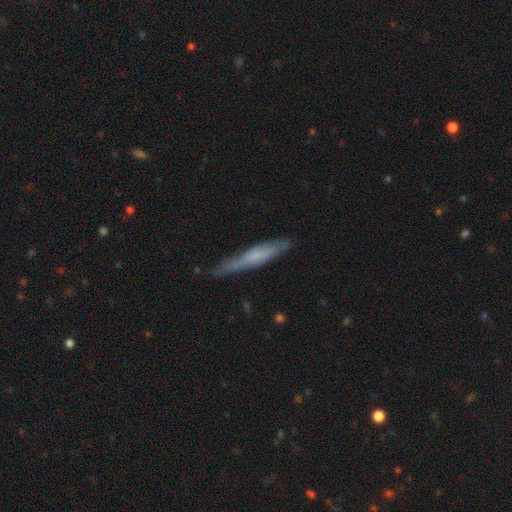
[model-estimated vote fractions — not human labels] The model was most divided on "smooth or featured": smooth: 50%, featured or disk: 44%, star or artifact: 7%. More confident: merging — none (73%).